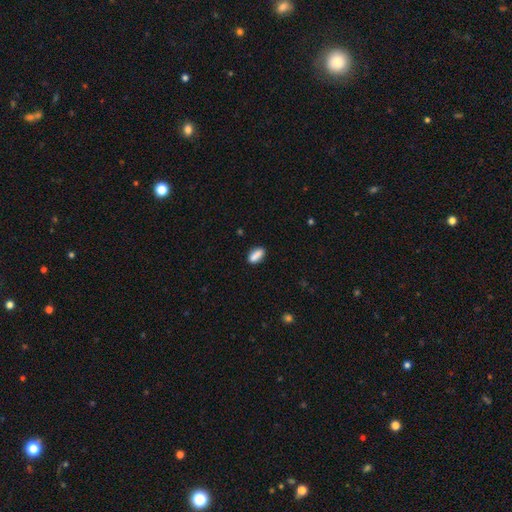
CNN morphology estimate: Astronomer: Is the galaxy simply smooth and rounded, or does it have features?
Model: smooth — 86%.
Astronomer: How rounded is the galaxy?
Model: in between — 80%.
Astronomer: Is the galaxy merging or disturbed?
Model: none — 82%.